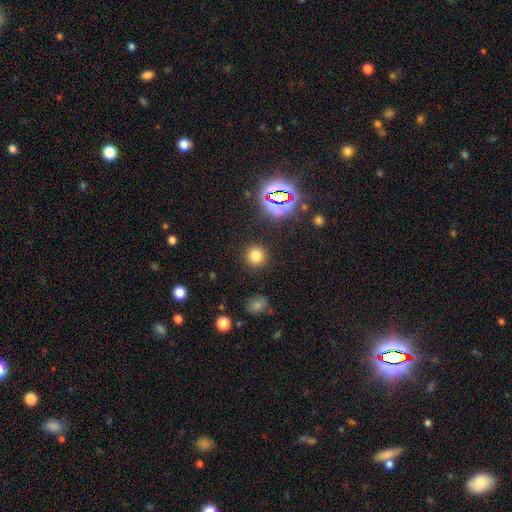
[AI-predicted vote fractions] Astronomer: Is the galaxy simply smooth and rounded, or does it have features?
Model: smooth — 75%.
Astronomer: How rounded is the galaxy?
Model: round — 93%.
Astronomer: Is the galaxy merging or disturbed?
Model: none — 90%.